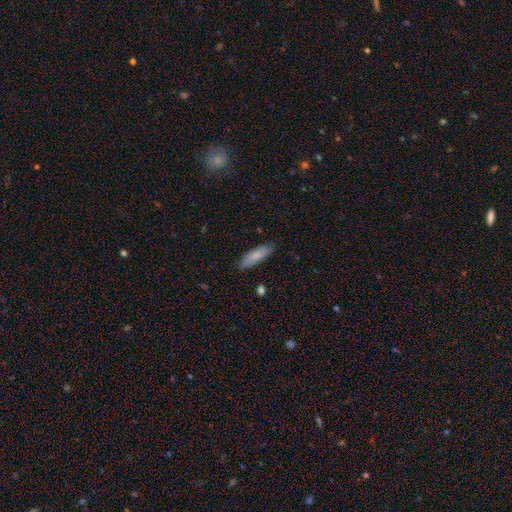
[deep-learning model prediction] smooth_or_featured: smooth (p=0.80) [alt: featured or disk p=0.14]
how_rounded: in between (p=0.49) [tied with: cigar-shaped p=0.49]
merging: none (p=0.85) [alt: minor disturbance p=0.12]